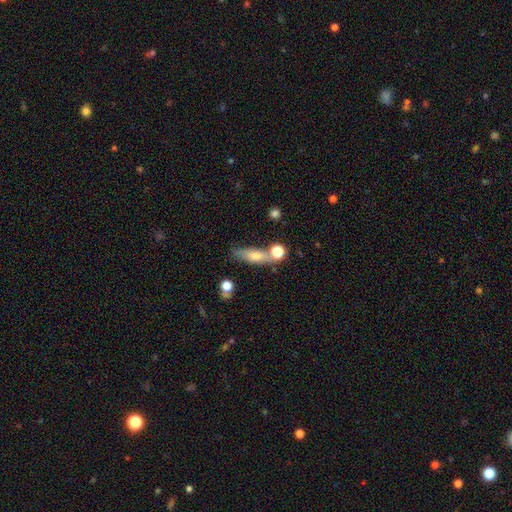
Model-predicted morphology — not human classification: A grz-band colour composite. It shows a smooth galaxy with no disk features (59%) that is cigar-shaped (49%). Merging: none (62%).